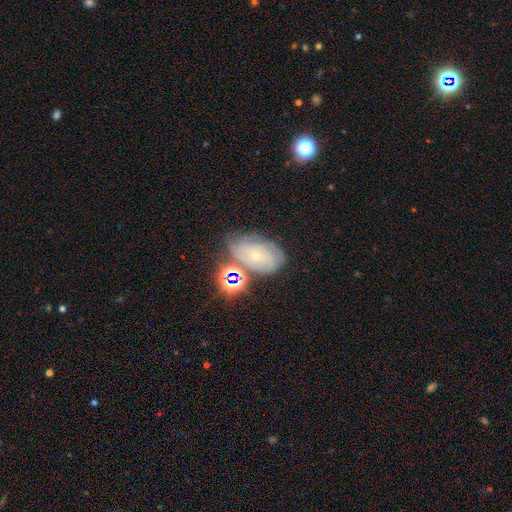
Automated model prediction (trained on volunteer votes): This appears to be a featured or disk galaxy (59%) with no bar (79%), spiral arms (83%) and a small central bulge (78%). Merging: none (61%).